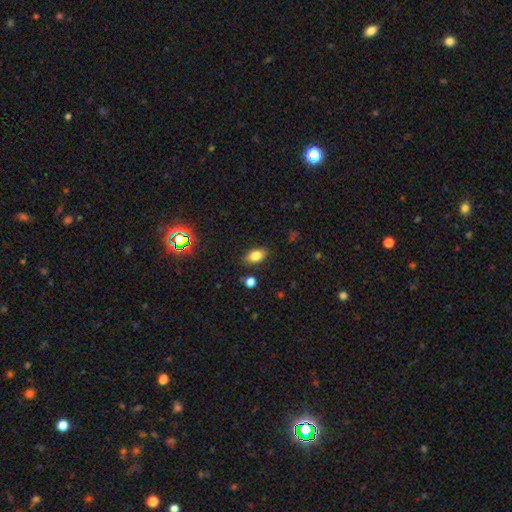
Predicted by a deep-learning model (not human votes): This appears to be a smooth galaxy with no disk features (80%) that is in between round and cigar-shaped (86%). Merging: none (84%).